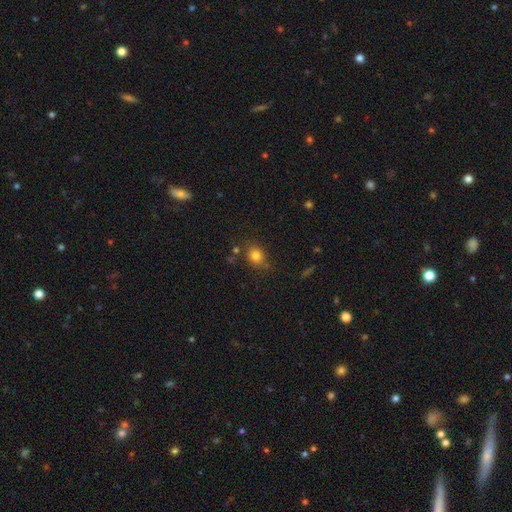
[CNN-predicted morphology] A smooth galaxy with no disk features (80%) that is round (57%).

Vote fractions:
- Smooth or featured? smooth: 80% / star or artifact: 12% / featured or disk: 8%
- How rounded? round: 57% / in between: 42% / cigar-shaped: 2%
- Merging? none: 73% / minor disturbance: 17% / major disturbance: 5% / merger: 5%